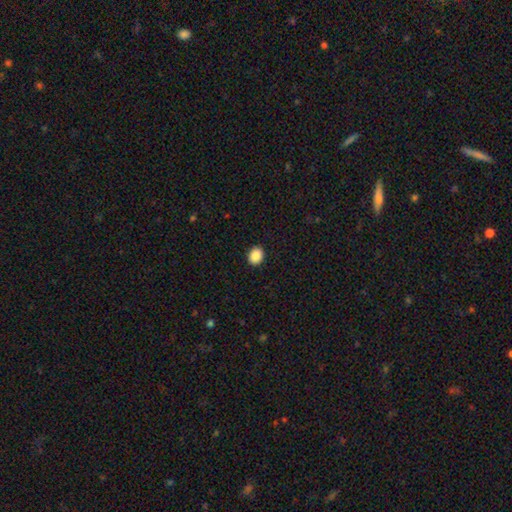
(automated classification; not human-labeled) smooth_or_featured: smooth (p=0.88) [alt: star or artifact p=0.09]
how_rounded: round (p=0.58) [alt: in between p=0.41]
merging: none (p=0.92) [alt: minor disturbance p=0.05]